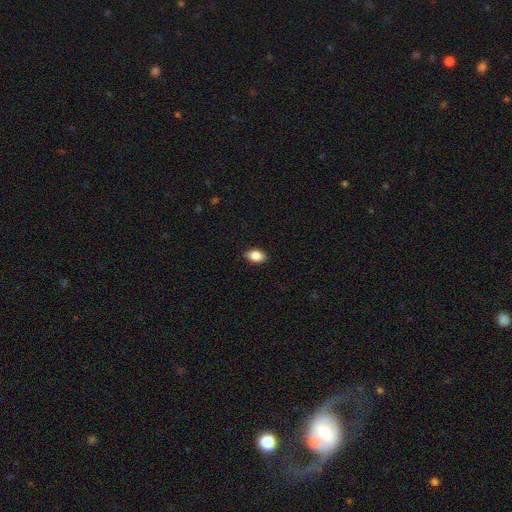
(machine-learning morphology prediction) A smooth galaxy with no disk features (88%) that is in between round and cigar-shaped (89%). Merging: none (88%).